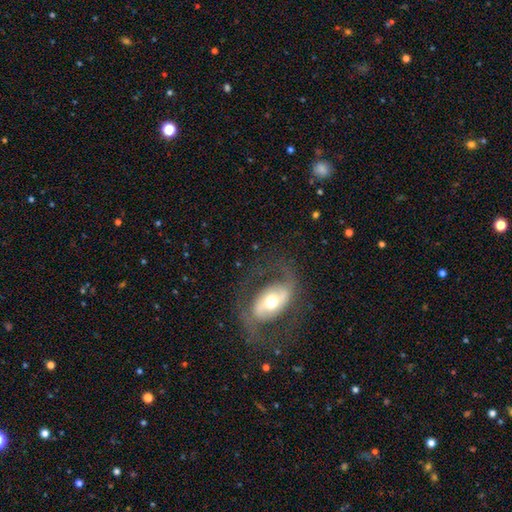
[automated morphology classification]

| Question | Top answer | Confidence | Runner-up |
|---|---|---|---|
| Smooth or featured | featured or disk | 79% | smooth (13%) |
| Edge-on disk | no | 93% | yes (7%) |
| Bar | strong | 35% | no (34%) |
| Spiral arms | yes | 85% | no (15%) |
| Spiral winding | medium | 47% | loose (33%) |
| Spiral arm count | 2 | 89% | can't tell (5%) |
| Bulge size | moderate | 61% | small (22%) |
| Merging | none | 74% | minor disturbance (12%) |